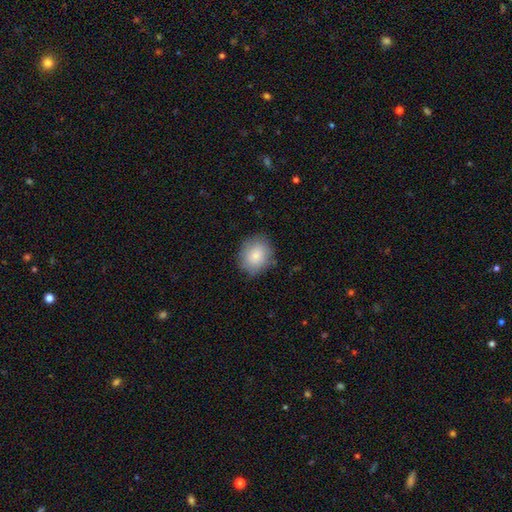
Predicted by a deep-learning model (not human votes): Q: Smooth or featured?
A: smooth (84%); runner-up: featured or disk (9%)
Q: How rounded?
A: round (63%); runner-up: in between (36%)
Q: Merging?
A: none (80%); runner-up: minor disturbance (15%)